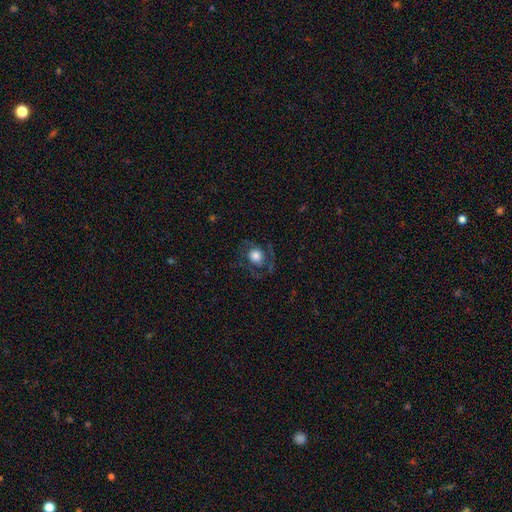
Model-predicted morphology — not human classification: type=smooth (57%); roundness=round (75%); merging=none (65%).